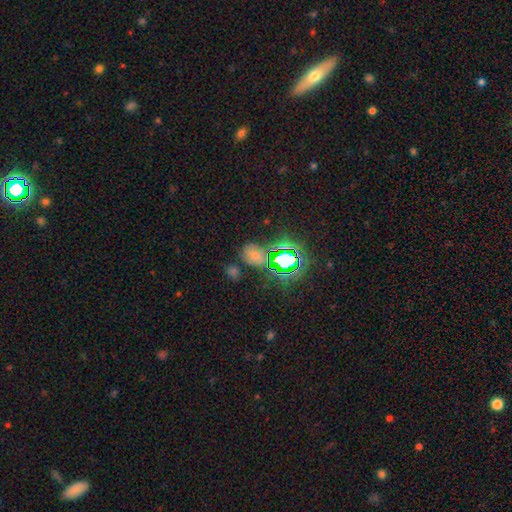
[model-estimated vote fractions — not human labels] Smooth or featured? smooth (47%)
Merging? none (68%)